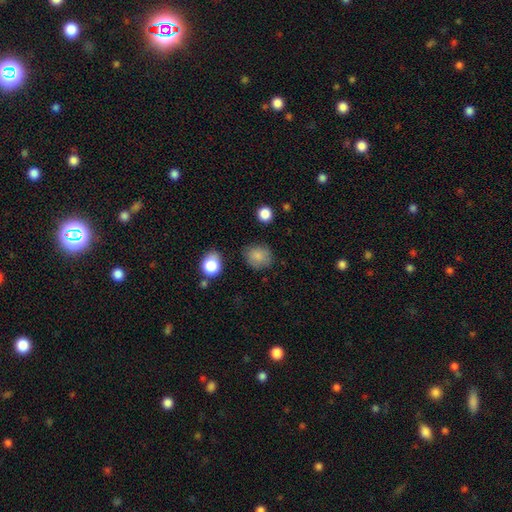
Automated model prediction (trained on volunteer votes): This appears to be a smooth galaxy with no disk features (83%) that is round (75%). Merging: none (74%).